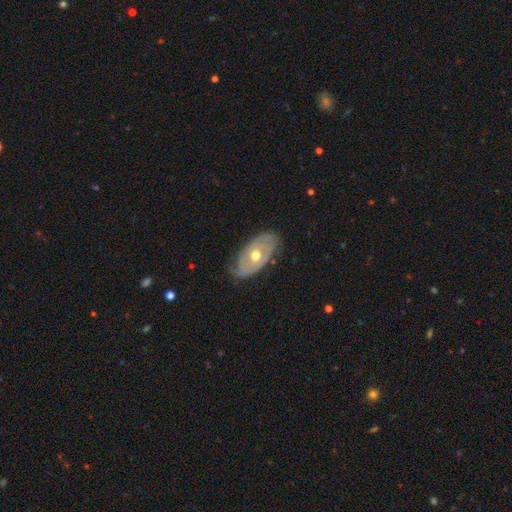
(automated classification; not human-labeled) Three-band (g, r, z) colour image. It shows a featured or disk galaxy (68%) with no bar (86%), spiral arms (55%) and a moderate central bulge (80%). Merging: none (68%).